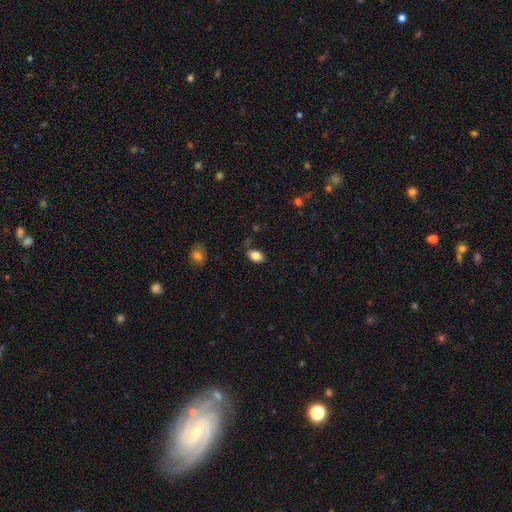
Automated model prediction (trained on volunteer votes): Smooth or featured?
  - smooth: 85% *
  - star or artifact: 9%
  - featured or disk: 6%
How rounded?
  - in between: 85% *
  - round: 14%
  - cigar-shaped: 1%
Merging?
  - none: 77% *
  - minor disturbance: 16%
  - major disturbance: 4%
  - merger: 2%